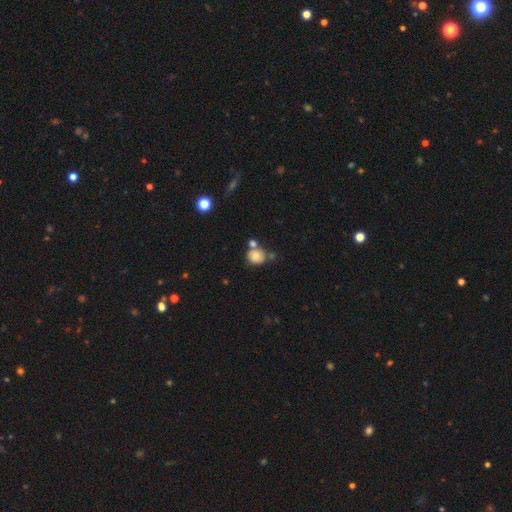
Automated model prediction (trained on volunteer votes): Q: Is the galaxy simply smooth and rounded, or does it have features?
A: smooth — 80%.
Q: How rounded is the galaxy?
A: round — 78%.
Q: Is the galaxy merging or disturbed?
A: none — 49%.